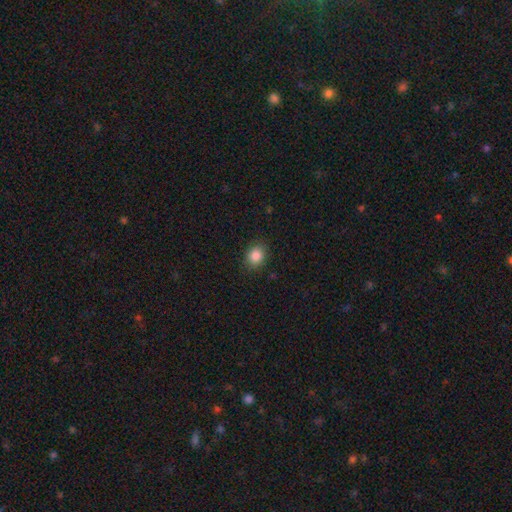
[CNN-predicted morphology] Overall: smooth (86%). How rounded: round (58%; in between 41%). Merging: none (87%).